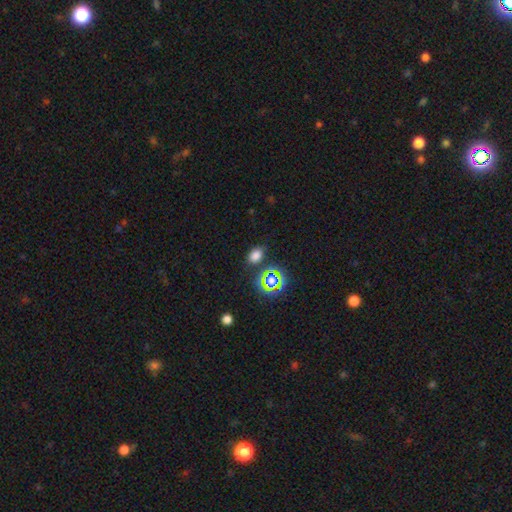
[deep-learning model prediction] smooth-or-featured: smooth: 70% | star or artifact: 23% | featured or disk: 7%
  how-rounded: in between: 74% | round: 24% | cigar-shaped: 2%
  merging: none: 77% | minor disturbance: 13% | merger: 6% | major disturbance: 4%